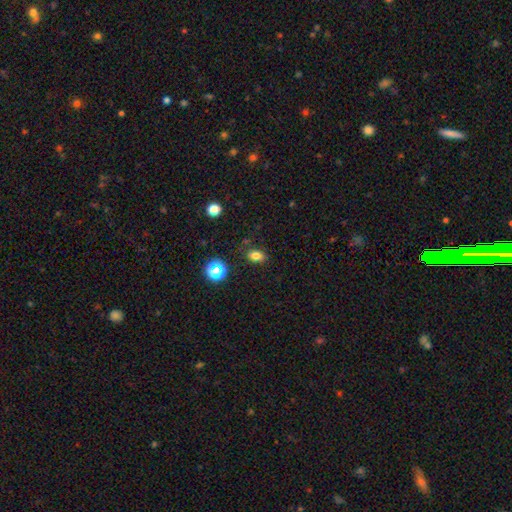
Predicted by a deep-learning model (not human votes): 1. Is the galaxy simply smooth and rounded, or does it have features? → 77% smooth, 15% star or artifact, 8% featured or disk.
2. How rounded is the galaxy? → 79% in between, 19% round, 2% cigar-shaped.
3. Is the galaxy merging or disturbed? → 82% none, 12% minor disturbance, 3% major disturbance, 3% merger.